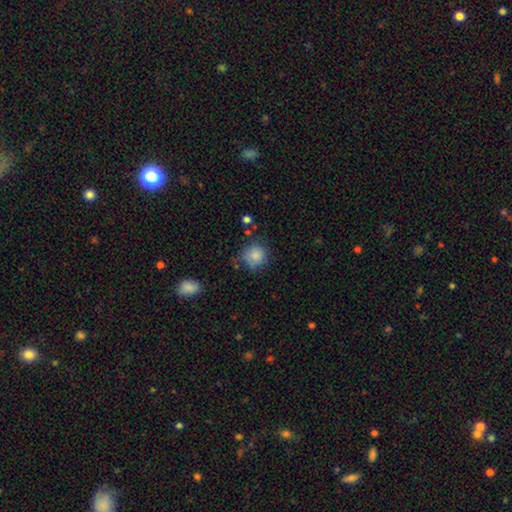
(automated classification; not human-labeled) Smooth or featured? smooth (83%)
How rounded? round (89%)
Merging? none (70%)